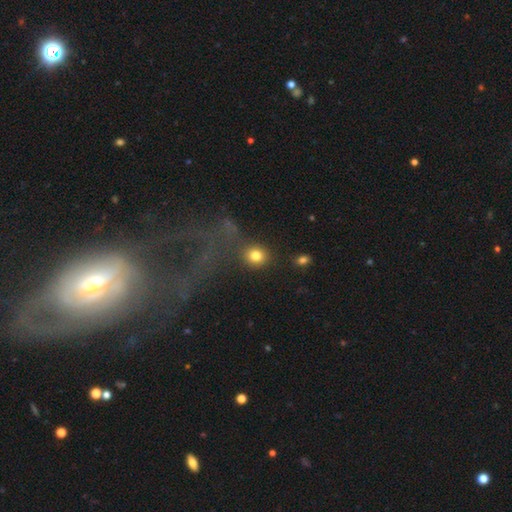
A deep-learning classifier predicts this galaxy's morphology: A smooth galaxy with no disk features (81%) that is round (79%).

Vote fractions:
- Smooth or featured? smooth: 81% / star or artifact: 11% / featured or disk: 7%
- How rounded? round: 79% / in between: 19% / cigar-shaped: 1%
- Merging? none: 78% / minor disturbance: 10% / merger: 7% / major disturbance: 5%